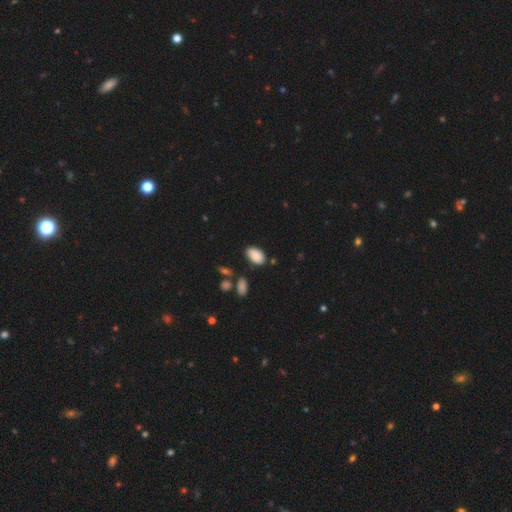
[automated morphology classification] smooth 87%, star or artifact 8%, featured or disk 5%. Down the decision tree: how rounded — in between (92%); merging — none (75%).